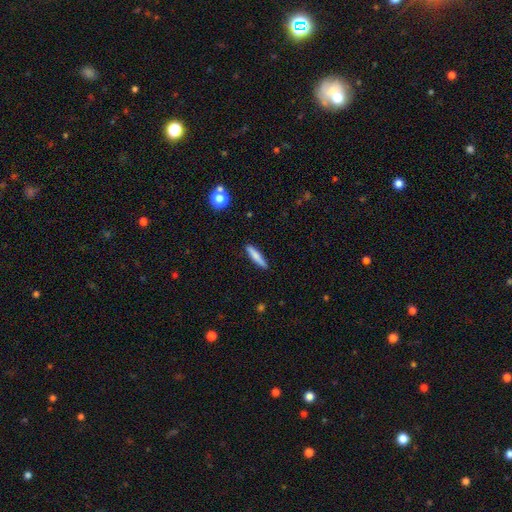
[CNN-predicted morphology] Smooth or featured: smooth — 76% (featured or disk — 17%)
How rounded: cigar-shaped — 86% (in between — 12%)
Merging: none — 87% (minor disturbance — 10%)